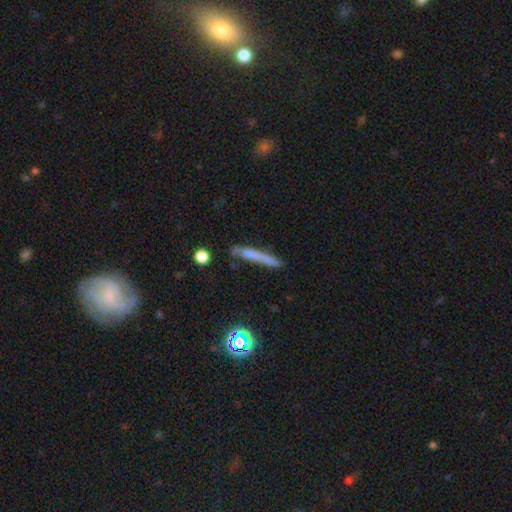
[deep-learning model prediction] Overall: smooth (61%; featured or disk 28%). How rounded: cigar-shaped (94%). Merging: none (68%).